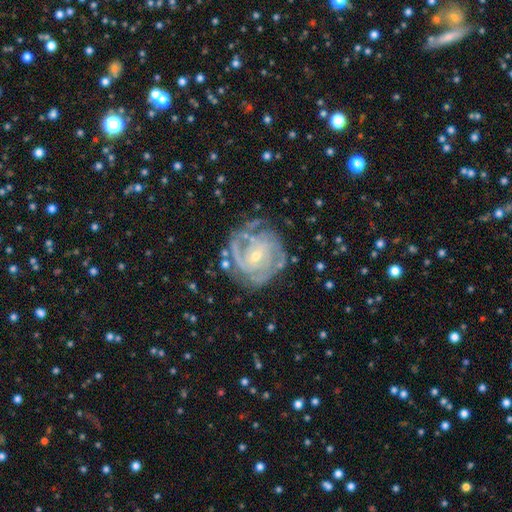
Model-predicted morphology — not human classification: Overall: featured or disk (88%). Edge-on disk: no (98%). Bar: no (52%; weak 37%). Spiral arms: yes (96%). Spiral arm count: 2 (30%; can't tell 24%). Spiral winding: tight (68%). Bulge size: small (64%; moderate 33%). Merging: none (70%).